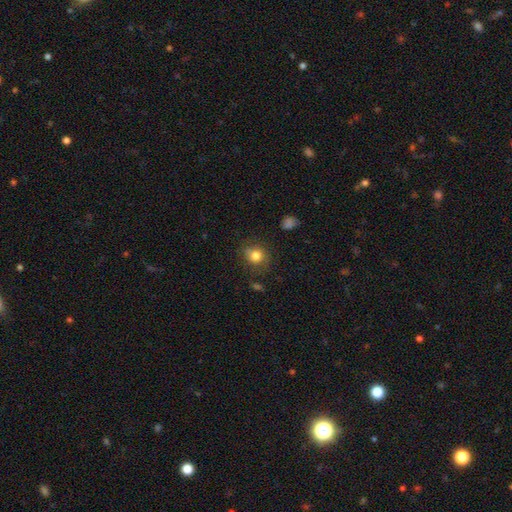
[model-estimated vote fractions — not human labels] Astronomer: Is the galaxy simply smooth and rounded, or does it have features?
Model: smooth — 81%.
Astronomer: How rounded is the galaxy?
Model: round — 80%.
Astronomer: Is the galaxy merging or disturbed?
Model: none — 79%.